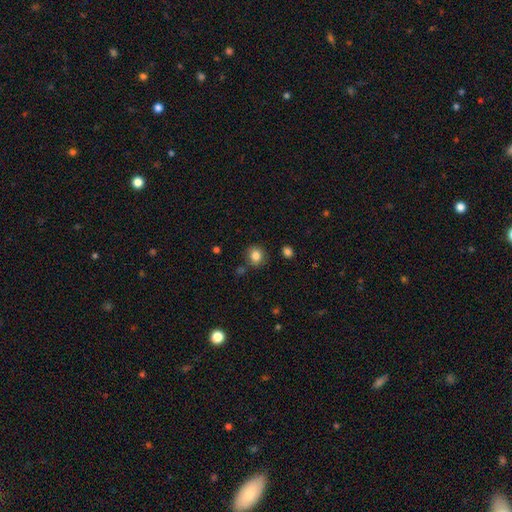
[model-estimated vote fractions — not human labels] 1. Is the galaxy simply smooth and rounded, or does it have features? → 84% smooth, 11% star or artifact, 6% featured or disk.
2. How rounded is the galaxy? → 77% round, 22% in between, 1% cigar-shaped.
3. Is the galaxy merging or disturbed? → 83% none, 11% minor disturbance, 4% merger, 3% major disturbance.